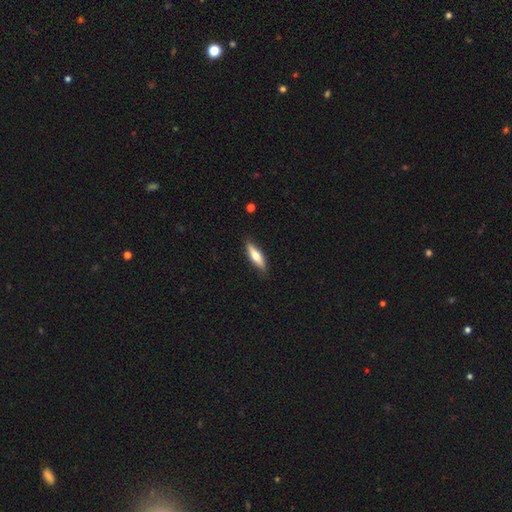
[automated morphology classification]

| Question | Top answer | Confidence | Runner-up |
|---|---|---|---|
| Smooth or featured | smooth | 58% | featured or disk (37%) |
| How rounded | cigar-shaped | 67% | in between (31%) |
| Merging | none | 84% | minor disturbance (13%) |